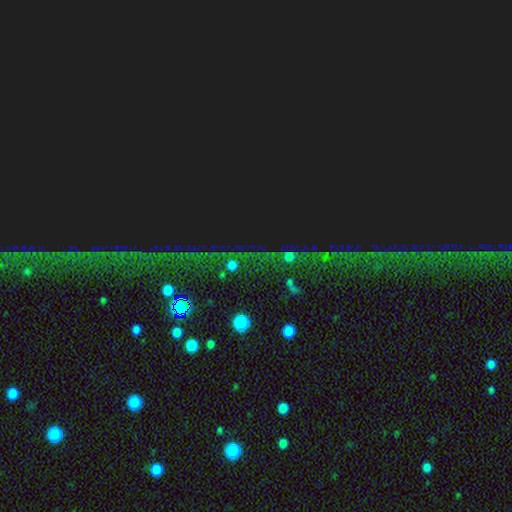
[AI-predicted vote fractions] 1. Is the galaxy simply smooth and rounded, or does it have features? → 84% star or artifact, 9% featured or disk, 8% smooth.